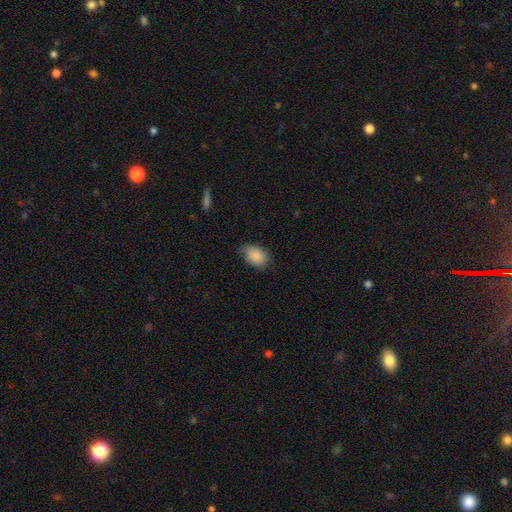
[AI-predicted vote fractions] This is clearly a smooth galaxy (87%). How rounded: likely in between (77%). Merging: likely none (67%).